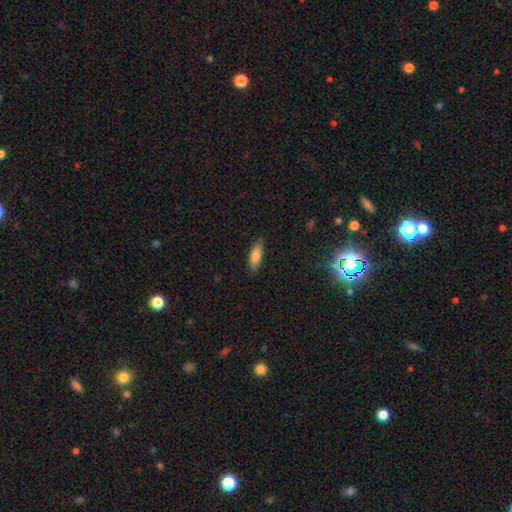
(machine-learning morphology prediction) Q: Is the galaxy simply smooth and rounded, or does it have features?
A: smooth — 78%.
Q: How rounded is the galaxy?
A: in between — 61%.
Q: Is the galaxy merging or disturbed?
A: none — 85%.